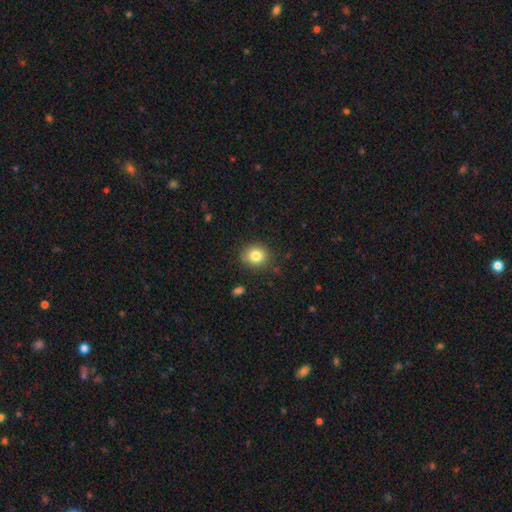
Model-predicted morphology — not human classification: smooth-or-featured: smooth: 83% | star or artifact: 10% | featured or disk: 7%
  how-rounded: round: 80% | in between: 19% | cigar-shaped: 1%
  merging: none: 85% | minor disturbance: 11% | major disturbance: 3% | merger: 2%